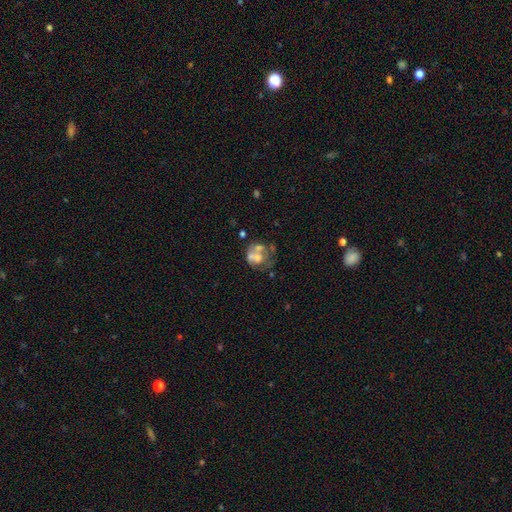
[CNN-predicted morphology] Smooth or featured? featured or disk (52%)
Edge-on disk? no (98%)
Bar? no (92%)
Spiral arms? no (93%)
Bulge size? none (46%)
Merging? merger (30%)